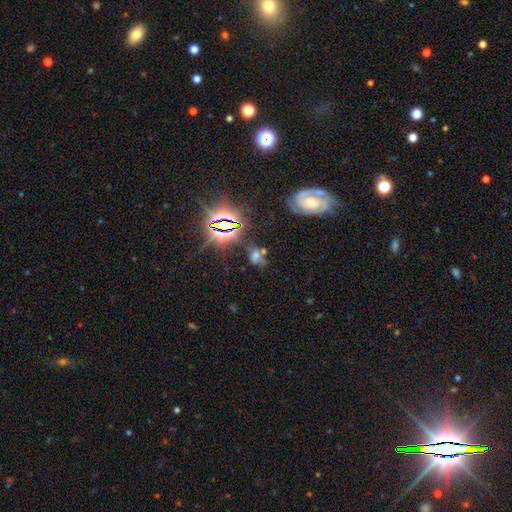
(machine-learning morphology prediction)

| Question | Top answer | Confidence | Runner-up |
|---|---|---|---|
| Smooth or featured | star or artifact | 43% | smooth (37%) |